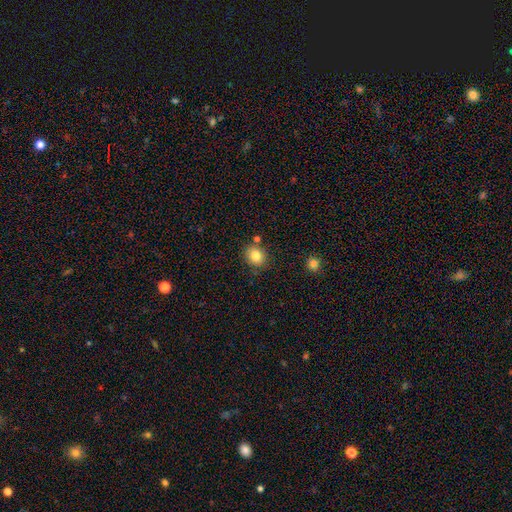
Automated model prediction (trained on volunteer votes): smooth 83%, star or artifact 10%, featured or disk 7%. Down the decision tree: how rounded — round (60%); merging — none (78%).